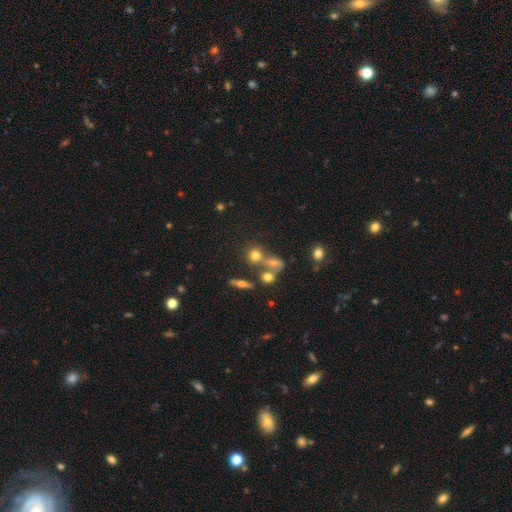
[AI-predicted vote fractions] Smooth or featured? smooth (63%)
How rounded? round (78%)
Merging? none (48%)